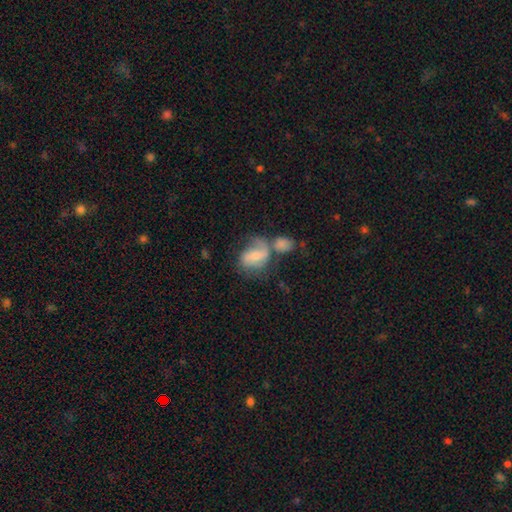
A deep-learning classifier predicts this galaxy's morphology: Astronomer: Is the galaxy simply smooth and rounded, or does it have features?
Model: featured or disk — 50% (runner-up: smooth, 42%).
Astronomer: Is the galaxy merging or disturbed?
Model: merger — 40% (runner-up: none, 29%).